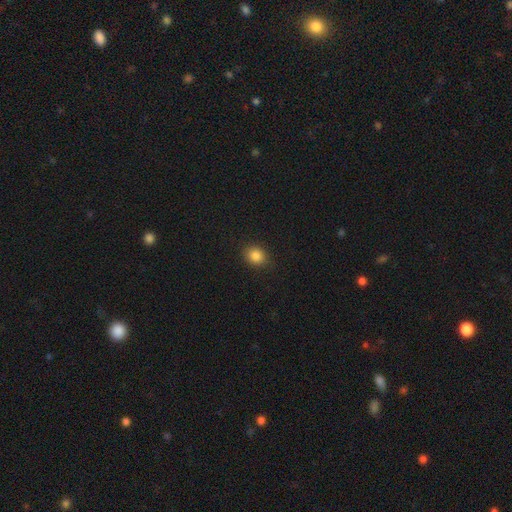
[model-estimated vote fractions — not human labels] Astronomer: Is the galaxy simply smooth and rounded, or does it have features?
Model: smooth — 85%.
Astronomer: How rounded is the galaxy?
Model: round — 62% (runner-up: in between, 37%).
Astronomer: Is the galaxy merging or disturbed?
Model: none — 87%.